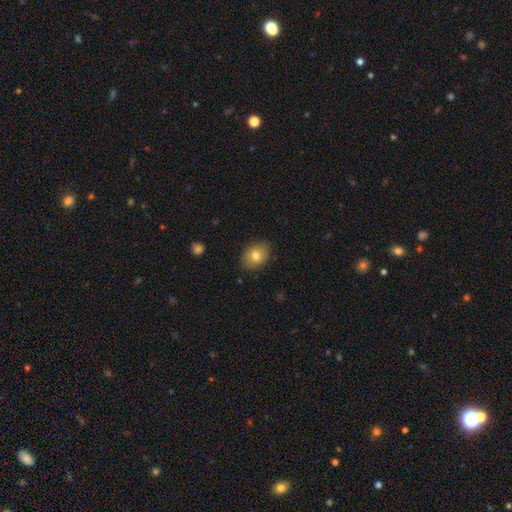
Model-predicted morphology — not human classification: type=smooth (79%); roundness=in between (64%); merging=none (85%).